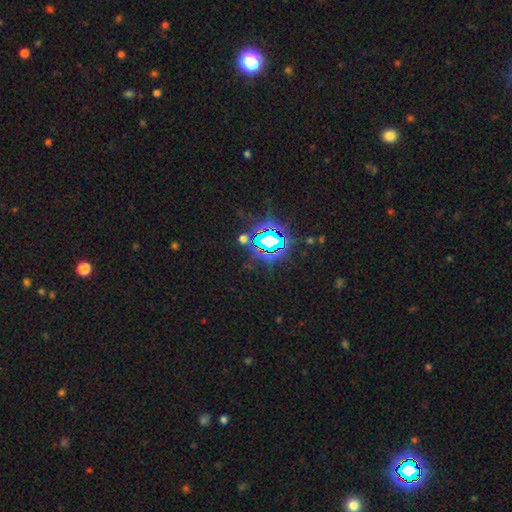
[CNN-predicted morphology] A star or artifact, not a galaxy (83%).